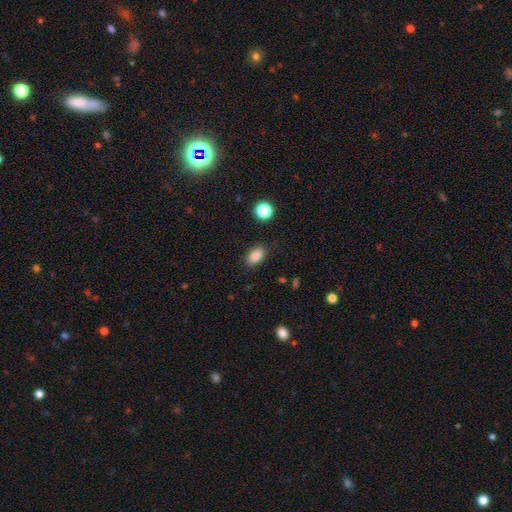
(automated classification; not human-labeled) Smooth or featured: smooth — 86% (star or artifact — 10%)
How rounded: in between — 89% (round — 9%)
Merging: none — 87% (minor disturbance — 9%)